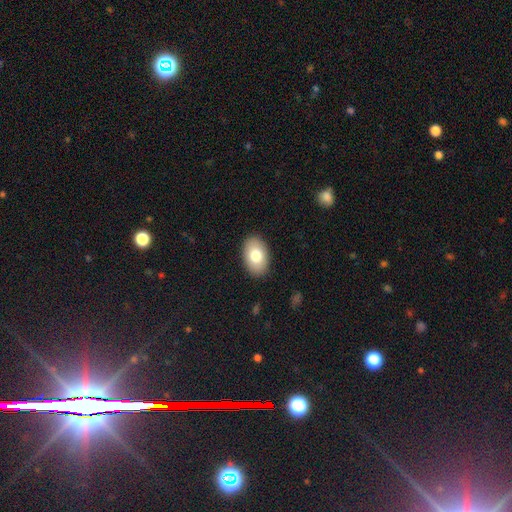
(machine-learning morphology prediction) The model was most divided on "smooth or featured": smooth: 80%, featured or disk: 14%, star or artifact: 7%. More confident: how rounded — in between (91%); merging — none (89%).